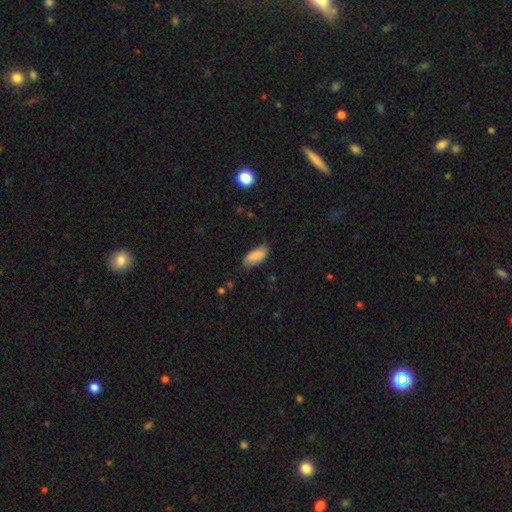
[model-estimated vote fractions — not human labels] Smooth or featured? Predicted: smooth (p=0.89). How rounded? Predicted: in between (p=0.88). Merging? Predicted: none (p=0.77).